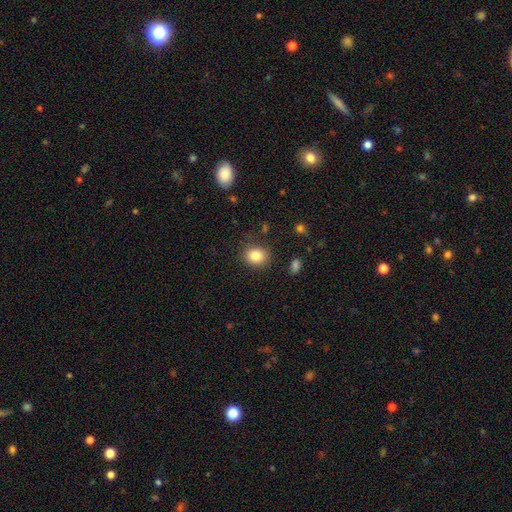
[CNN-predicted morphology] Q: Smooth or featured?
A: smooth (84%); runner-up: star or artifact (10%)
Q: How rounded?
A: round (69%); runner-up: in between (30%)
Q: Merging?
A: none (86%); runner-up: minor disturbance (10%)